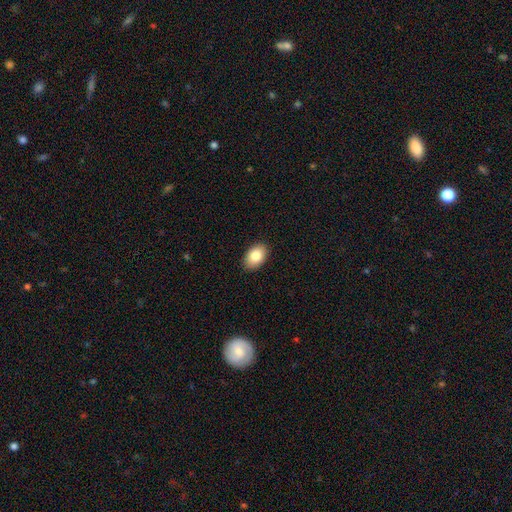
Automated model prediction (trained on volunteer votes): Morphology: type=smooth (84%); roundness=in between (89%); merging=none (90%).